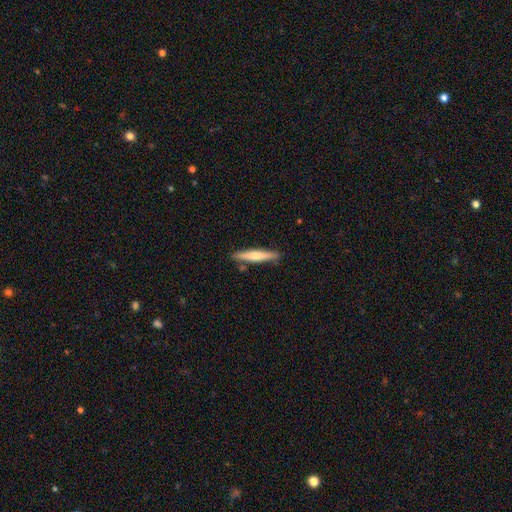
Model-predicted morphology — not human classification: A smooth galaxy with no disk features (52%) that is cigar-shaped (90%). Merging: none (84%).